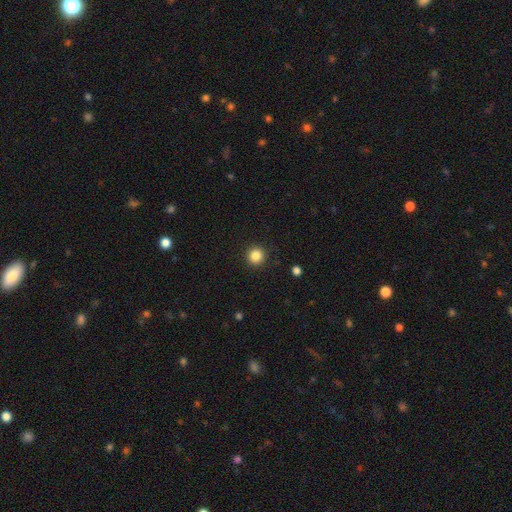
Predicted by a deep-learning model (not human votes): Overall: smooth (85%). How rounded: round (94%). Merging: none (92%).